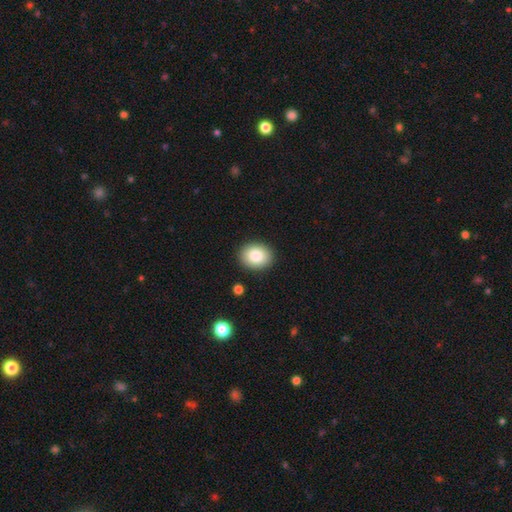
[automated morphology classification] Smooth or featured? smooth (85%)
How rounded? in between (51%)
Merging? none (90%)